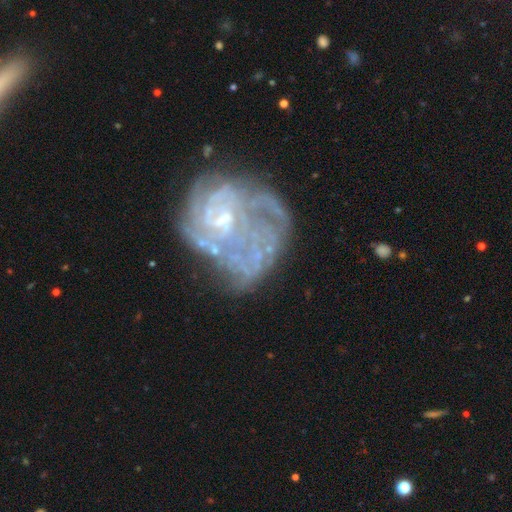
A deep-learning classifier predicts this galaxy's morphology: smooth-or-featured: featured or disk: 78% | star or artifact: 11% | smooth: 11%
  disk-edge-on: no: 98% | yes: 2%
    bar: no: 65% | weak: 28% | strong: 7%
    has-spiral-arms: yes: 76% | no: 24%
      spiral-winding: tight: 56% | medium: 30% | loose: 14%
      spiral-arm-count: can't tell: 48% | 3: 13% | 2: 12% | 4: 11% | more than 4: 9% | 1: 7%
    bulge-size: small: 67% | moderate: 21% | none: 9% | large: 2% | dominant: 1%
  merging: none: 37% | major disturbance: 28% | minor disturbance: 21% | merger: 15%